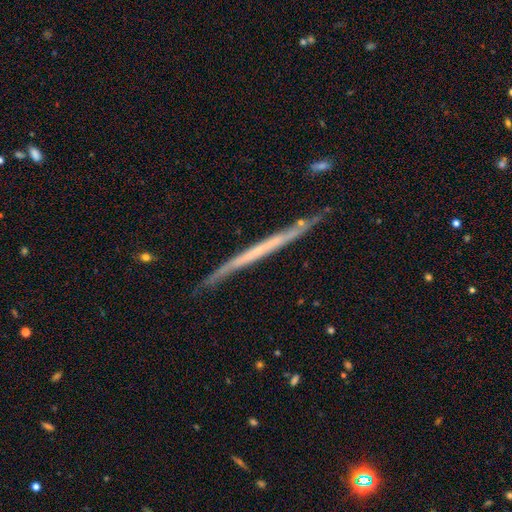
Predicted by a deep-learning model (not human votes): Smooth or featured?
  - featured or disk: 64% *
  - smooth: 30%
  - star or artifact: 6%
Edge-on disk?
  - yes: 96% *
  - no: 4%
Edge-on bulge?
  - none: 91% *
  - rounded: 5%
  - boxy: 4%
Merging?
  - none: 82% *
  - minor disturbance: 14%
  - major disturbance: 2%
  - merger: 2%